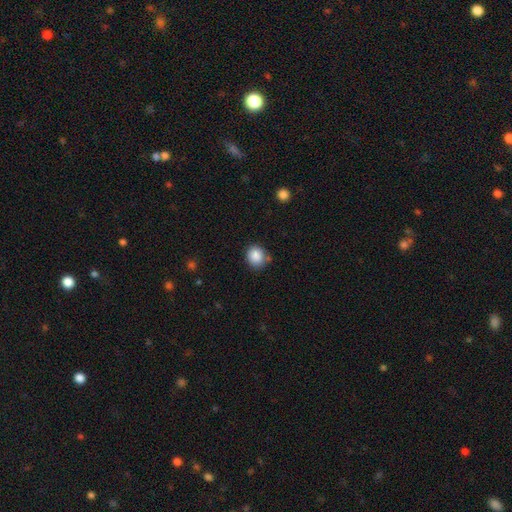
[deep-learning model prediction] smooth_or_featured: smooth (p=0.87) [alt: star or artifact p=0.09]
how_rounded: round (p=0.77) [alt: in between p=0.22]
merging: none (p=0.77) [alt: minor disturbance p=0.15]